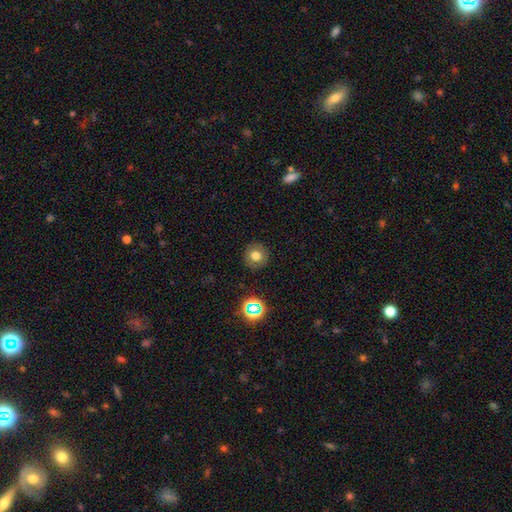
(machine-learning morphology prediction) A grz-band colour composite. It shows a smooth galaxy with no disk features (73%) that is round (93%). Merging: none (90%).